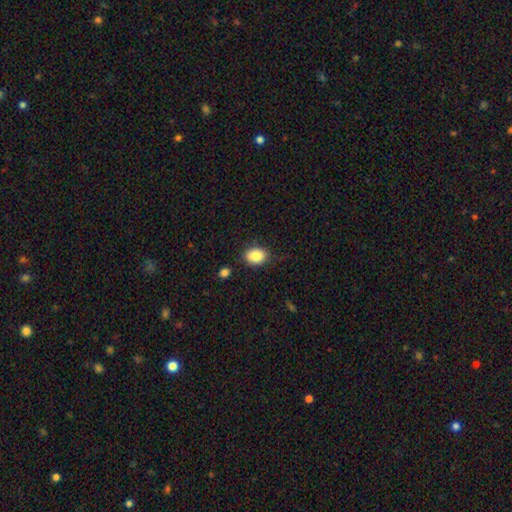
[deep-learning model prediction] A smooth galaxy with no disk features (86%) that is in between round and cigar-shaped (69%). Merging: none (80%).